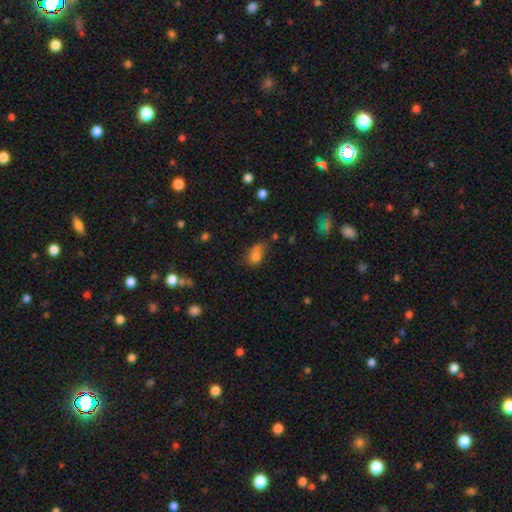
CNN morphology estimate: This appears to be a smooth galaxy with no disk features (75%) that is in between round and cigar-shaped (73%). Merging: minor disturbance (33%).